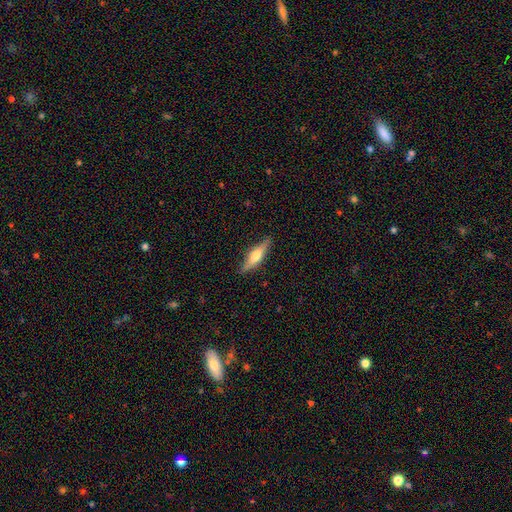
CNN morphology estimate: This is possibly a featured or disk galaxy (47%). Merging: clearly none (86%).